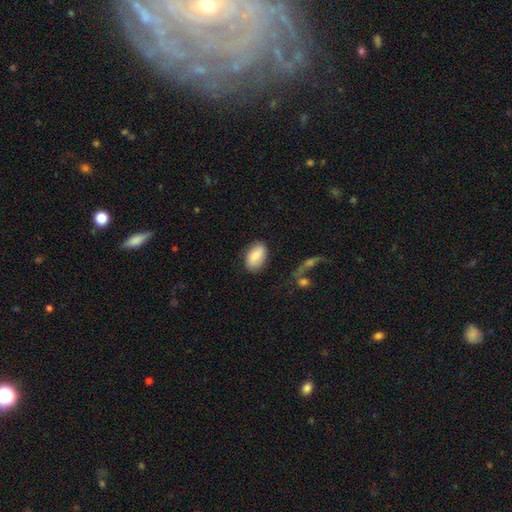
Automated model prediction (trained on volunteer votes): Overall: smooth (83%). How rounded: in between (92%). Merging: none (78%).